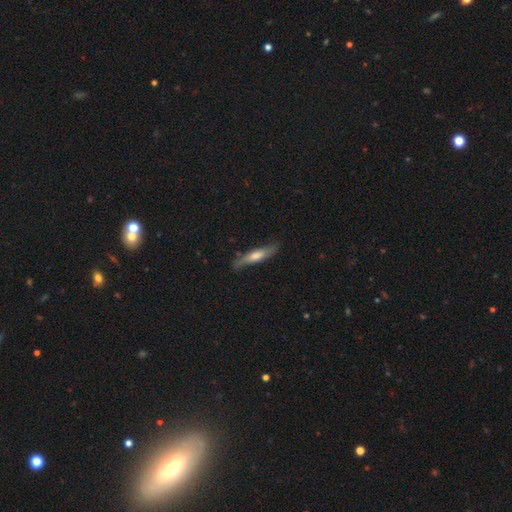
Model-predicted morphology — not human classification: Smooth or featured?
  - featured or disk: 56% *
  - smooth: 37%
  - star or artifact: 7%
Edge-on disk?
  - yes: 80% *
  - no: 20%
Merging?
  - none: 79% *
  - minor disturbance: 16%
  - major disturbance: 3%
  - merger: 1%